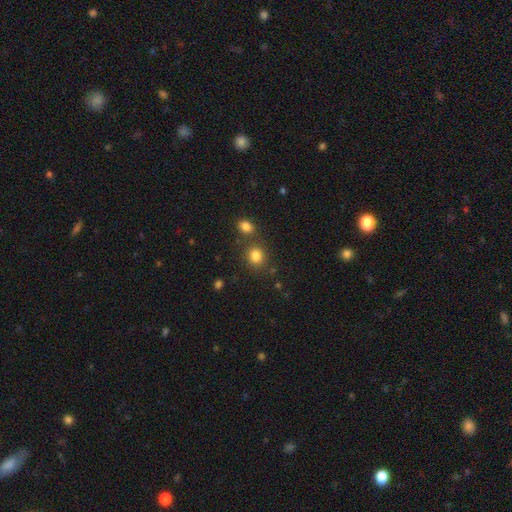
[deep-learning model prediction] Smooth or featured?
  - smooth: 82% *
  - star or artifact: 12%
  - featured or disk: 6%
How rounded?
  - round: 72% *
  - in between: 28%
  - cigar-shaped: 1%
Merging?
  - none: 73% *
  - merger: 15%
  - minor disturbance: 9%
  - major disturbance: 3%